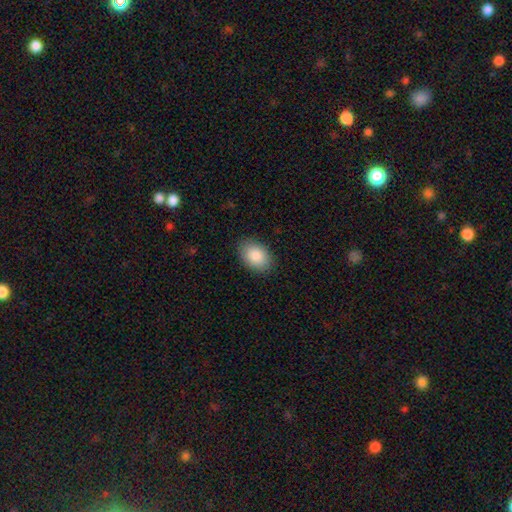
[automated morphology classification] The model was most divided on "how rounded": in between: 86%, round: 13%, cigar-shaped: 1%. More confident: smooth or featured — smooth (88%); merging — none (87%).